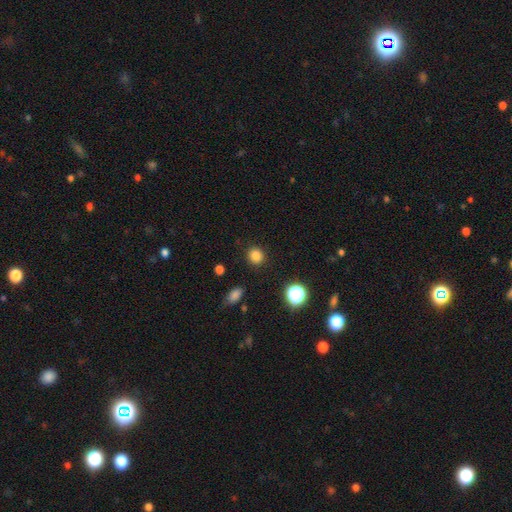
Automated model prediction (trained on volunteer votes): smooth_or_featured: smooth (p=0.82) [alt: star or artifact p=0.14]
how_rounded: round (p=0.85) [alt: in between p=0.14]
merging: none (p=0.89) [alt: minor disturbance p=0.07]